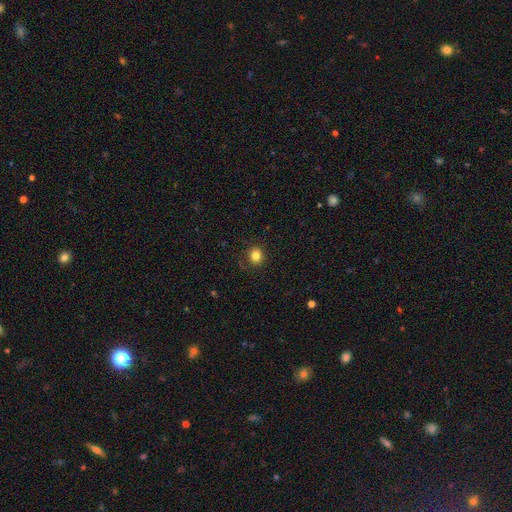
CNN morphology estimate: A smooth galaxy with no disk features (82%) that is round (87%). Merging: none (86%).